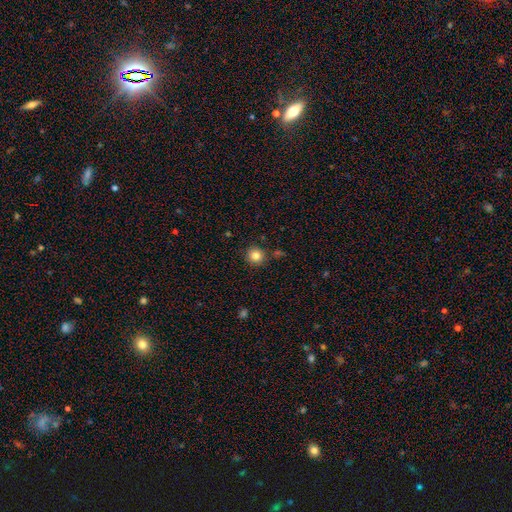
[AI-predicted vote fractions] Morphology: type=smooth (83%); roundness=round (91%); merging=none (86%).